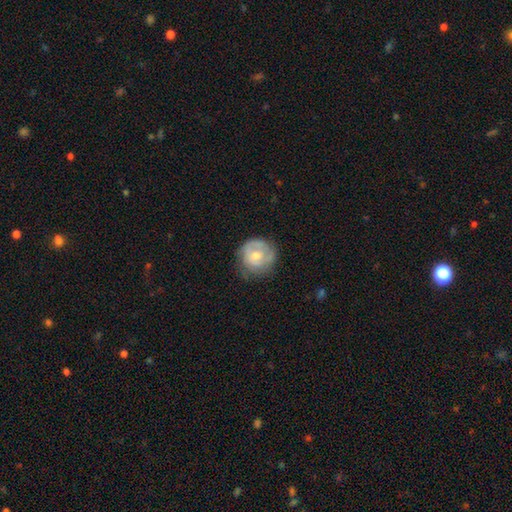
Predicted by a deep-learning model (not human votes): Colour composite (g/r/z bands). It shows a featured or disk galaxy (48%). Merging: none (64%).